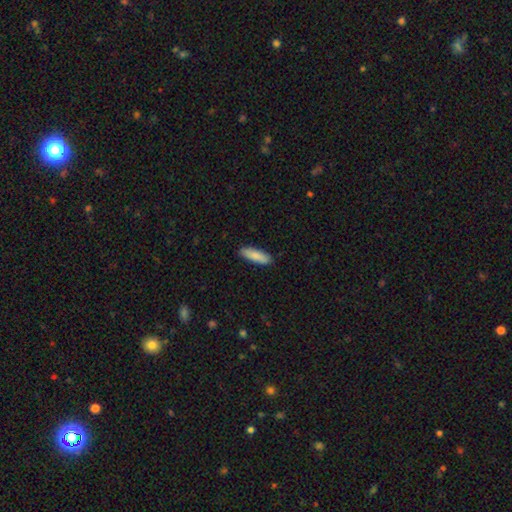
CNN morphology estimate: smooth-or-featured: smooth: 87% | featured or disk: 8% | star or artifact: 5%
  how-rounded: cigar-shaped: 58% | in between: 40% | round: 2%
  merging: none: 89% | minor disturbance: 9% | major disturbance: 2% | merger: 1%